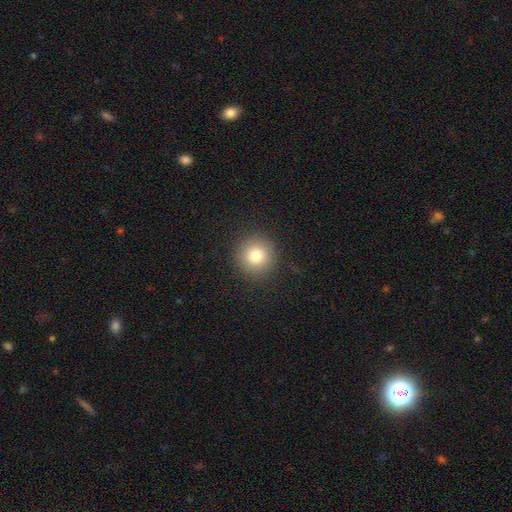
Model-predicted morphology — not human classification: smooth-or-featured: smooth: 80% | star or artifact: 11% | featured or disk: 8%
  how-rounded: round: 94% | in between: 5% | cigar-shaped: 1%
  merging: none: 90% | minor disturbance: 6% | major disturbance: 2% | merger: 1%